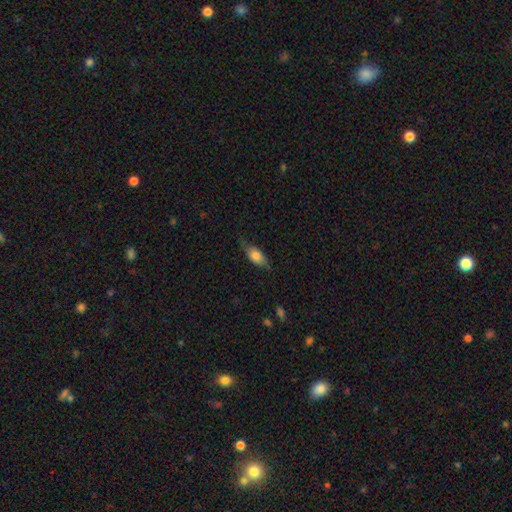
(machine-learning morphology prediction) Q: Smooth or featured?
A: smooth (63%); runner-up: featured or disk (30%)
Q: How rounded?
A: in between (79%); runner-up: cigar-shaped (16%)
Q: Merging?
A: none (63%); runner-up: minor disturbance (27%)